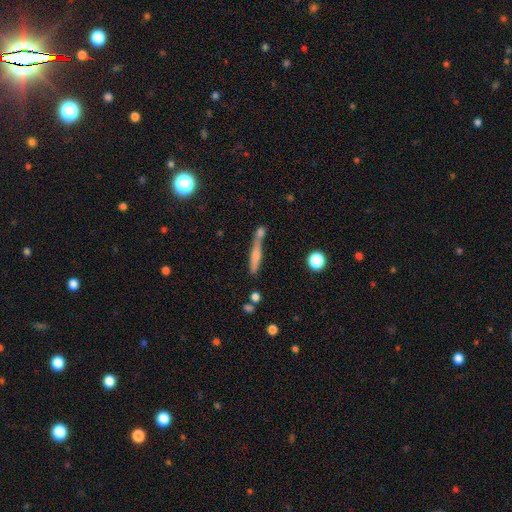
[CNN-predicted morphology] This appears to be a smooth galaxy with no disk features (57%) that is cigar-shaped (86%). Merging: none (42%).